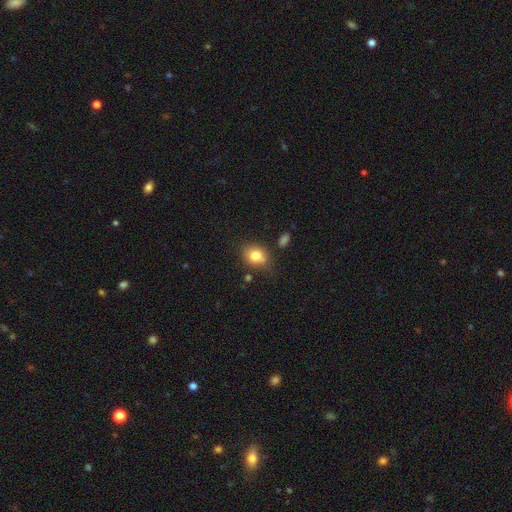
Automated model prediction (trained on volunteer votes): Q: Smooth or featured?
A: smooth (79%); runner-up: featured or disk (11%)
Q: How rounded?
A: round (54%); runner-up: in between (45%)
Q: Merging?
A: none (69%); runner-up: minor disturbance (20%)